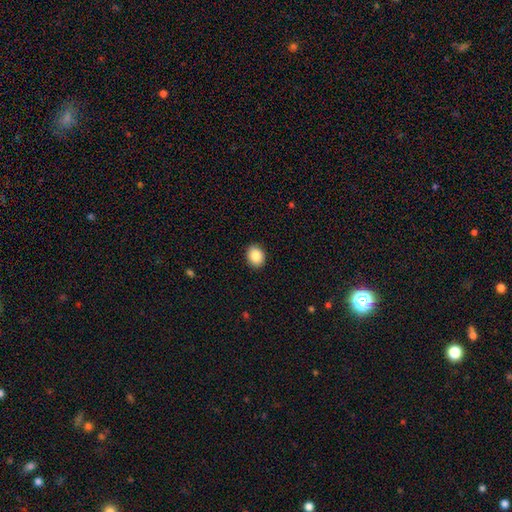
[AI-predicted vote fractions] A smooth galaxy with no disk features (87%) that is in between round and cigar-shaped (50%). Merging: none (91%).